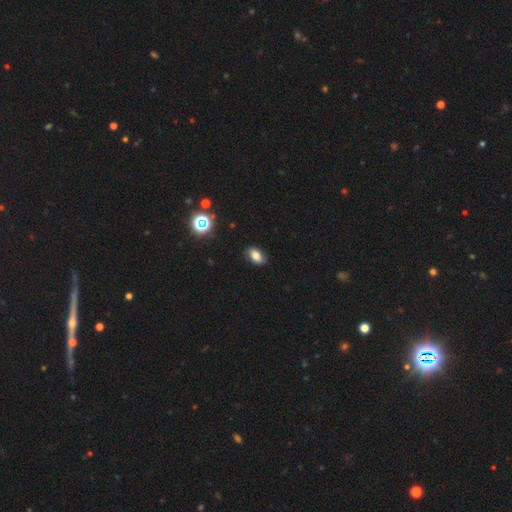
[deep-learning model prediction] Overall: smooth (73%). How rounded: in between (87%). Merging: none (85%).